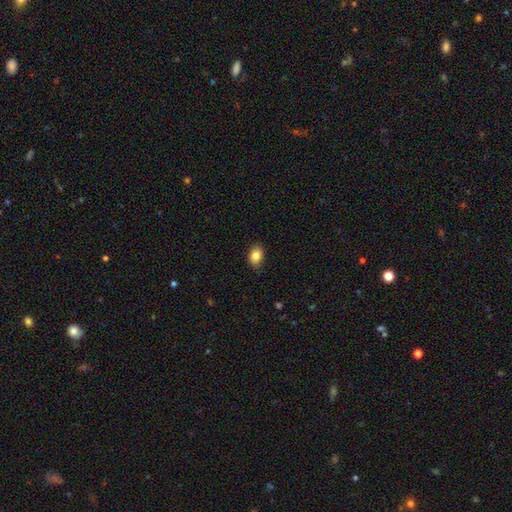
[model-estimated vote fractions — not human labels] This appears to be a smooth galaxy with no disk features (85%) that is in between round and cigar-shaped (79%). Merging: none (84%).